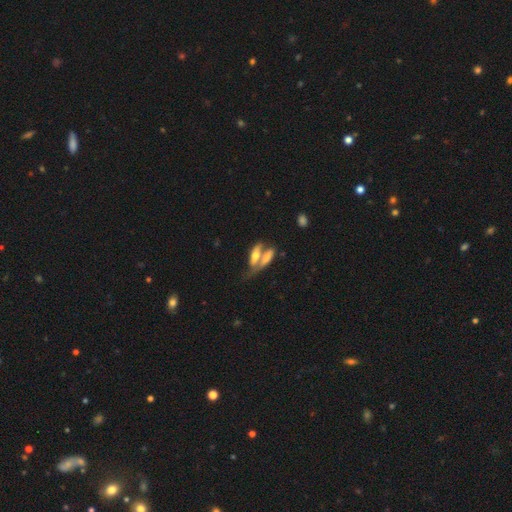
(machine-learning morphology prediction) Smooth or featured?
  - smooth: 52% *
  - featured or disk: 41%
  - star or artifact: 8%
How rounded?
  - in between: 60% *
  - cigar-shaped: 36%
  - round: 4%
Merging?
  - merger: 58% *
  - none: 26%
  - minor disturbance: 9%
  - major disturbance: 6%